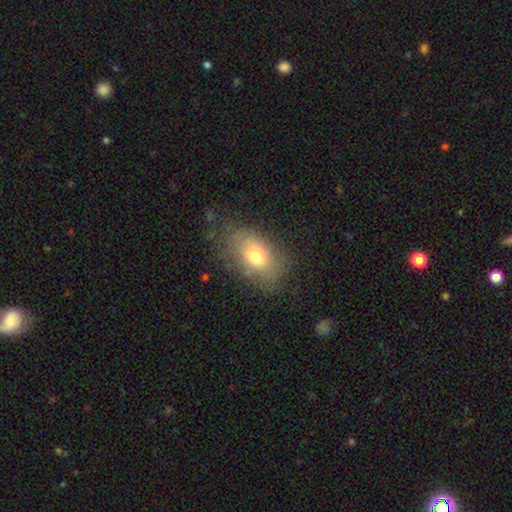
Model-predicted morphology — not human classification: A smooth galaxy with no disk features (72%) that is in between round and cigar-shaped (87%).

Vote fractions:
- Smooth or featured? smooth: 72% / featured or disk: 19% / star or artifact: 9%
- How rounded? in between: 87% / round: 12% / cigar-shaped: 2%
- Merging? none: 70% / minor disturbance: 21% / major disturbance: 8% / merger: 2%